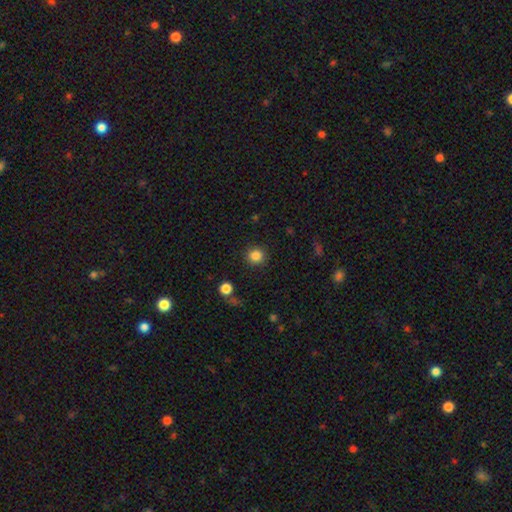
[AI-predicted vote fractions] This is clearly a smooth galaxy (85%). How rounded: clearly round (93%). Merging: clearly none (90%).